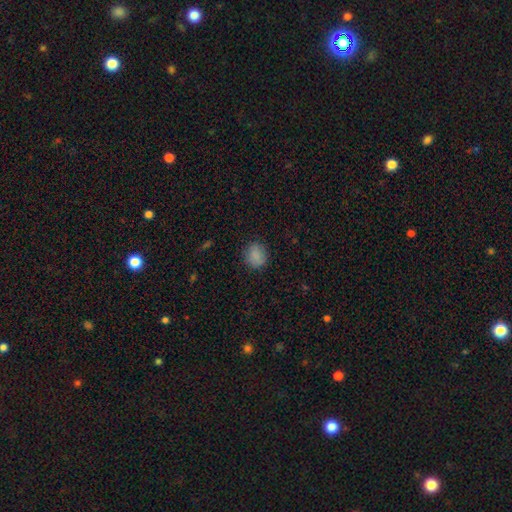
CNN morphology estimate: This appears to be a smooth galaxy with no disk features (85%) that is round (71%). Merging: none (83%).